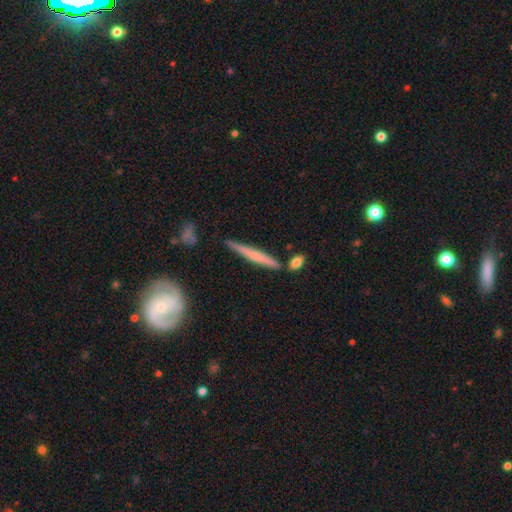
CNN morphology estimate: Smooth or featured? featured or disk (50%)
Merging? none (81%)